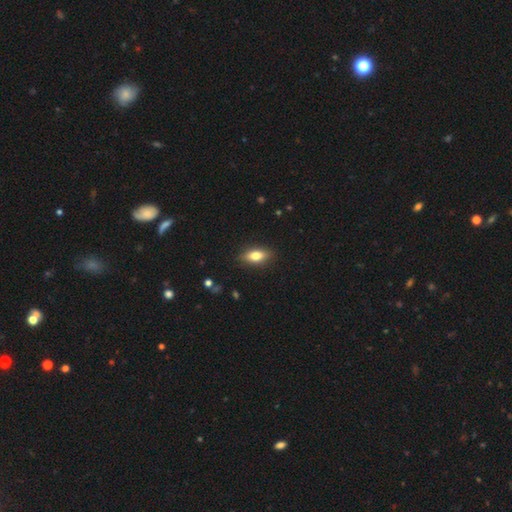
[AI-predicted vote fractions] Smooth or featured? Predicted: smooth (p=0.73). How rounded? Predicted: in between (p=0.80). Merging? Predicted: none (p=0.87).